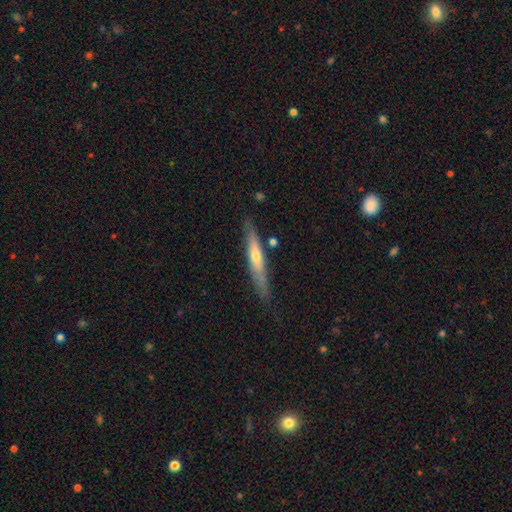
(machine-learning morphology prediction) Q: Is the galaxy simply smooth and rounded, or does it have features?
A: featured or disk — 57%.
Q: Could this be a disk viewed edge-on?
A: yes — 90%.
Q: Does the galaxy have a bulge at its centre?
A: rounded — 64%.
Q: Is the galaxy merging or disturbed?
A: none — 81%.